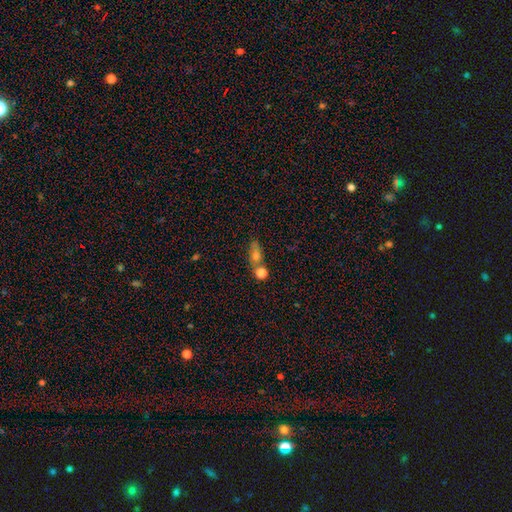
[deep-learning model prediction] A smooth galaxy with no disk features (64%) that is in between round and cigar-shaped (54%).

Vote fractions:
- Smooth or featured? smooth: 64% / featured or disk: 20% / star or artifact: 16%
- How rounded? in between: 54% / round: 27% / cigar-shaped: 19%
- Merging? none: 52% / merger: 27% / minor disturbance: 14% / major disturbance: 7%